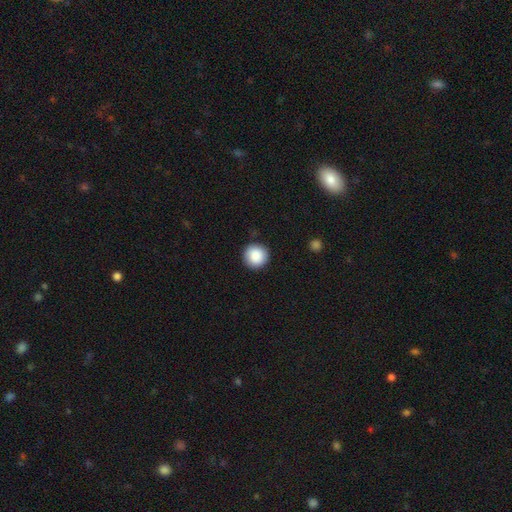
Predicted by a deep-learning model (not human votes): This is clearly a smooth galaxy (88%). How rounded: clearly round (95%). Merging: clearly none (91%).